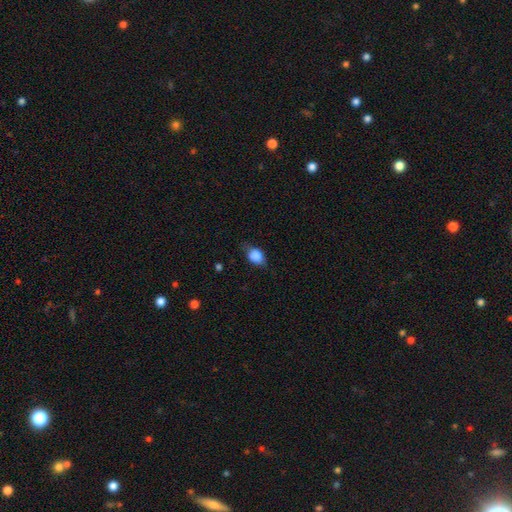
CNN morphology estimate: A smooth galaxy with no disk features (81%) that is in between round and cigar-shaped (68%). Merging: none (65%).